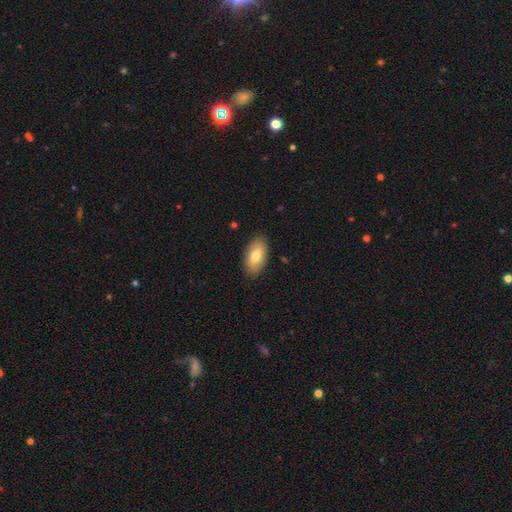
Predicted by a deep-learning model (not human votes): Smooth or featured?
  - smooth: 75% *
  - featured or disk: 18%
  - star or artifact: 6%
How rounded?
  - in between: 93% *
  - cigar-shaped: 4%
  - round: 3%
Merging?
  - none: 87% *
  - minor disturbance: 10%
  - major disturbance: 2%
  - merger: 1%